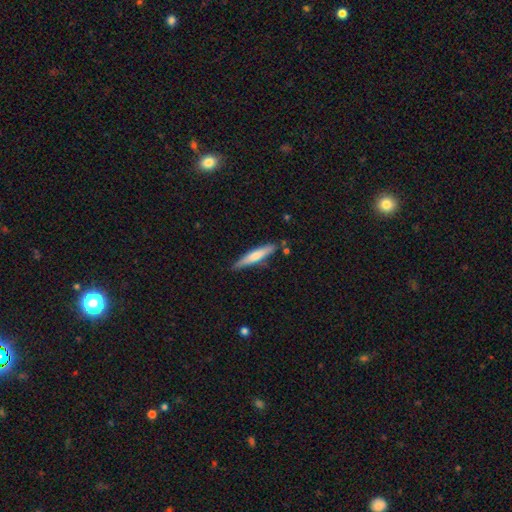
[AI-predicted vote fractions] A smooth galaxy with no disk features (59%) that is cigar-shaped (89%).

Vote fractions:
- Smooth or featured? smooth: 59% / featured or disk: 35% / star or artifact: 5%
- How rounded? cigar-shaped: 89% / in between: 10% / round: 1%
- Merging? none: 80% / minor disturbance: 14% / merger: 3% / major disturbance: 2%